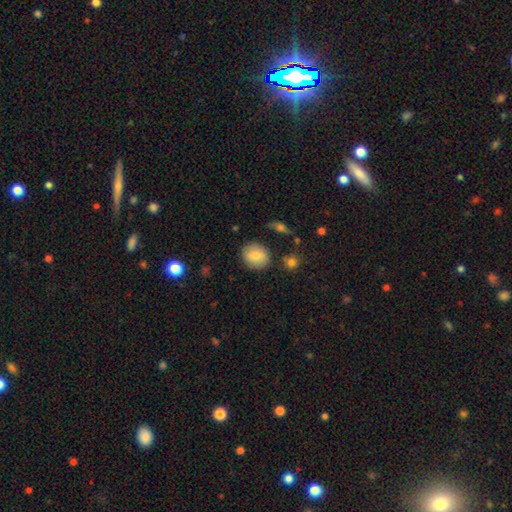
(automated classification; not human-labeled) A smooth galaxy with no disk features (80%) that is round (75%). Merging: none (83%).